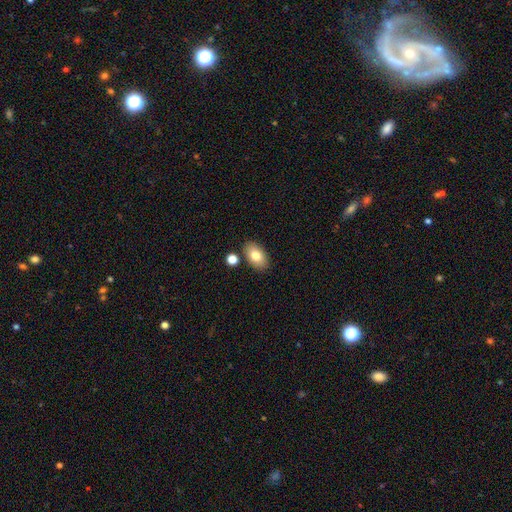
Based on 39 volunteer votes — This is likely a smooth galaxy (79%). How rounded: clearly in between (94%). Merging: clearly none (95%).